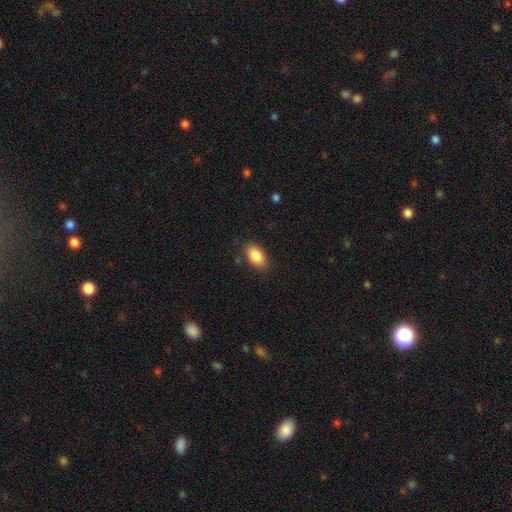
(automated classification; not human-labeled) Q: Smooth or featured?
A: smooth (88%); runner-up: star or artifact (7%)
Q: How rounded?
A: in between (92%); runner-up: round (6%)
Q: Merging?
A: none (83%); runner-up: minor disturbance (12%)